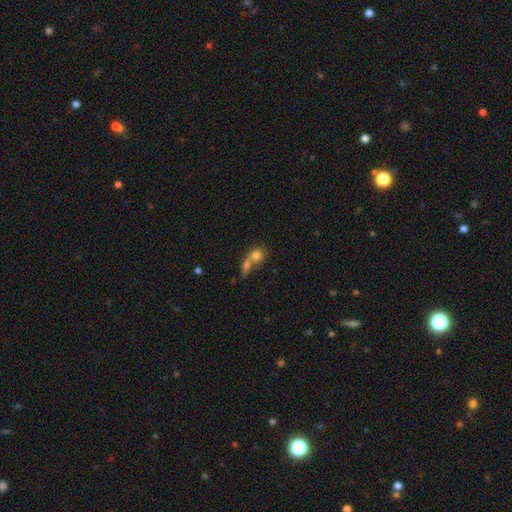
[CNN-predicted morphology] A smooth galaxy with no disk features (77%) that is round (64%). Merging: merger (60%).